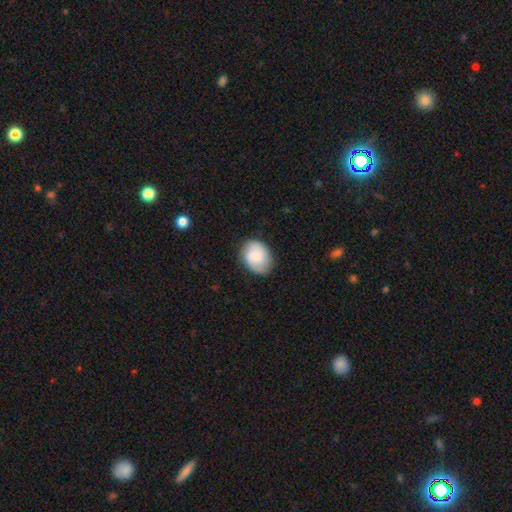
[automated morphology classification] Smooth or featured: smooth — 61% (featured or disk — 31%)
How rounded: in between — 61% (round — 38%)
Merging: none — 78% (minor disturbance — 16%)